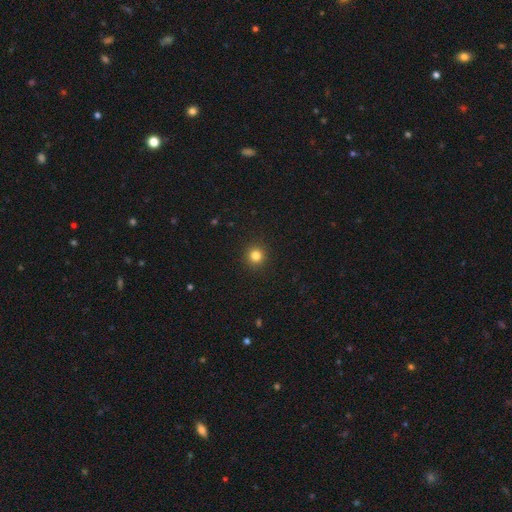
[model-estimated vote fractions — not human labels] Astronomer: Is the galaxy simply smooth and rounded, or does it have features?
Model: smooth — 82%.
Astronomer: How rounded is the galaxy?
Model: round — 95%.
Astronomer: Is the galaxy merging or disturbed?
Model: none — 93%.